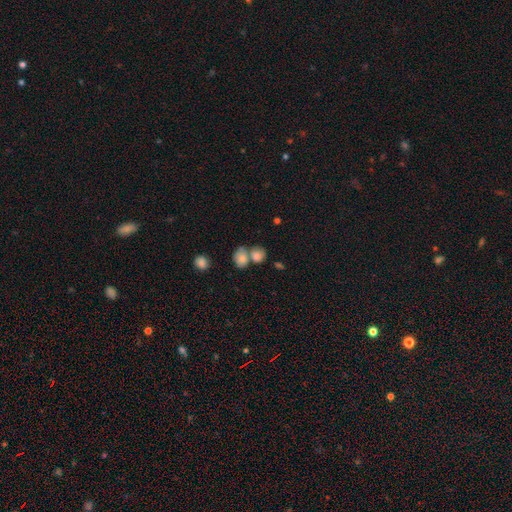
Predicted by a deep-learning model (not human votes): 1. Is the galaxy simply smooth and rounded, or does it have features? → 73% smooth, 14% star or artifact, 13% featured or disk.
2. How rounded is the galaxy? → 71% round, 28% in between, 1% cigar-shaped.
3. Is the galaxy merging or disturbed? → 44% merger, 42% none, 10% minor disturbance, 5% major disturbance.